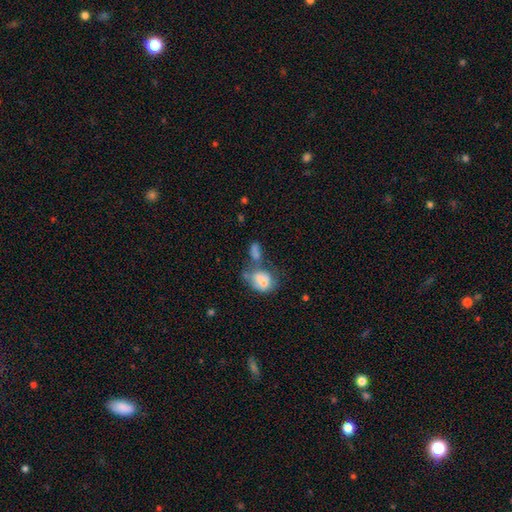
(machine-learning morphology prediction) A smooth galaxy with no disk features (55%) that is in between round and cigar-shaped (56%).

Vote fractions:
- Smooth or featured? smooth: 55% / featured or disk: 29% / star or artifact: 16%
- How rounded? in between: 56% / round: 40% / cigar-shaped: 3%
- Merging? merger: 39% / none: 35% / minor disturbance: 15% / major disturbance: 10%